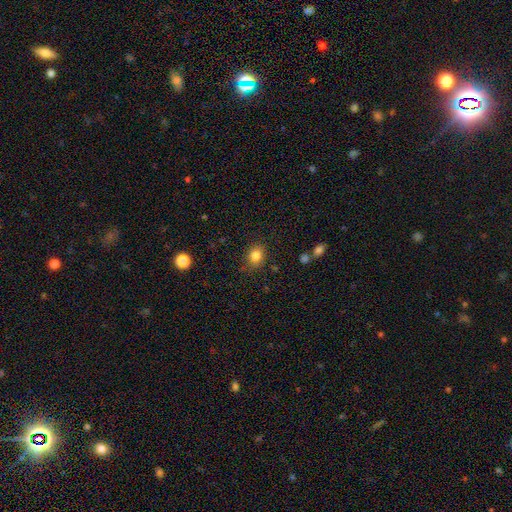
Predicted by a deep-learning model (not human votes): Smooth or featured? smooth (82%)
How rounded? round (64%)
Merging? none (82%)